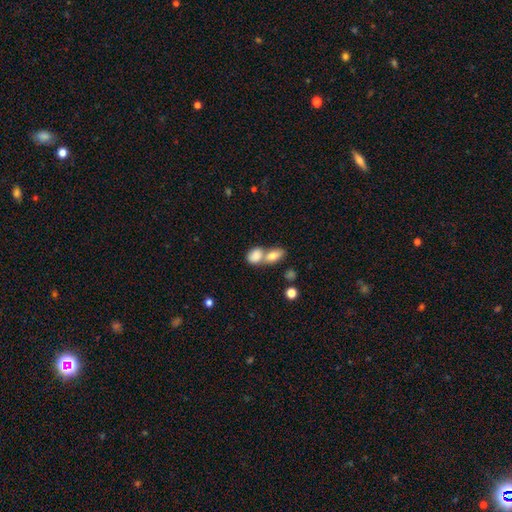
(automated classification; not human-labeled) Q: Smooth or featured?
A: smooth (81%); runner-up: featured or disk (11%)
Q: How rounded?
A: in between (78%); runner-up: round (19%)
Q: Merging?
A: merger (64%); runner-up: none (26%)